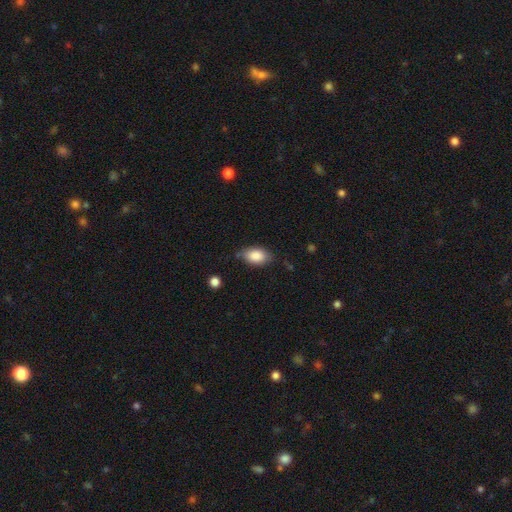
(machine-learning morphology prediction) Smooth or featured? Predicted: smooth (p=0.86). How rounded? Predicted: in between (p=0.91). Merging? Predicted: none (p=0.74).